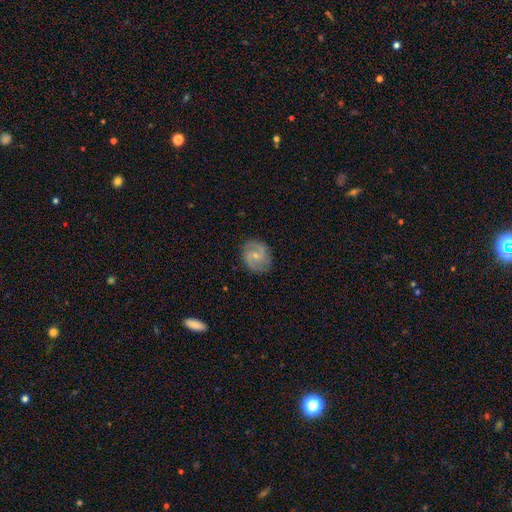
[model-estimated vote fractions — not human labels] The model was most divided on "bar": weak: 46%, no: 45%, strong: 9%. More confident: edge-on disk — no (98%); spiral arms — yes (94%); spiral arm count — 2 (88%); merging — none (82%); smooth or featured — featured or disk (75%); bulge size — small (63%); spiral winding — medium (52%).